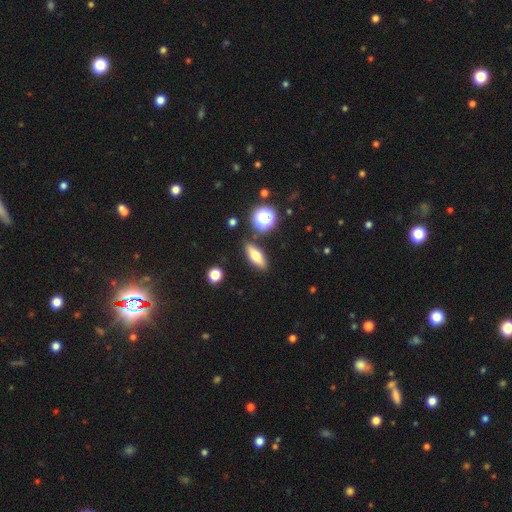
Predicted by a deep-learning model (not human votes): smooth 66%, featured or disk 24%, star or artifact 10%. Down the decision tree: how rounded — in between (60%); merging — none (84%).